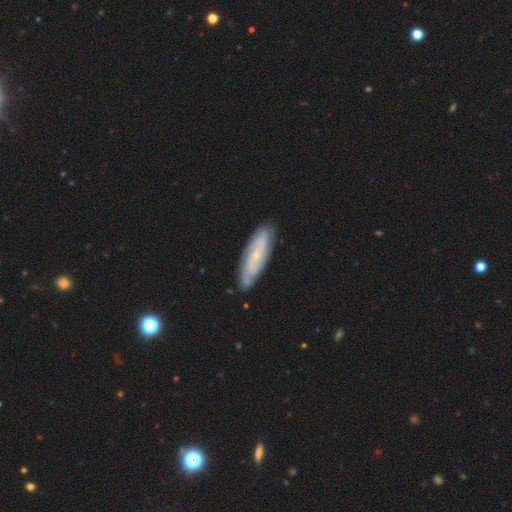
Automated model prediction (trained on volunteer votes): This appears to be a featured or disk galaxy (67%) with no bar (55%), spiral arms (86%) and a small central bulge (77%). Merging: none (82%).